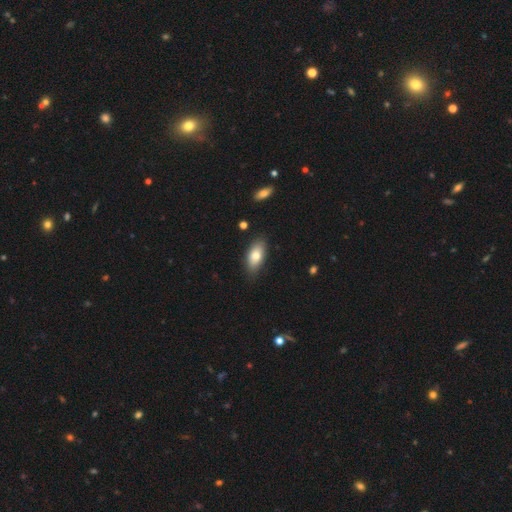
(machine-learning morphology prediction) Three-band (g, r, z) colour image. It shows a smooth galaxy with no disk features (76%) that is in between round and cigar-shaped (87%). Merging: none (82%).